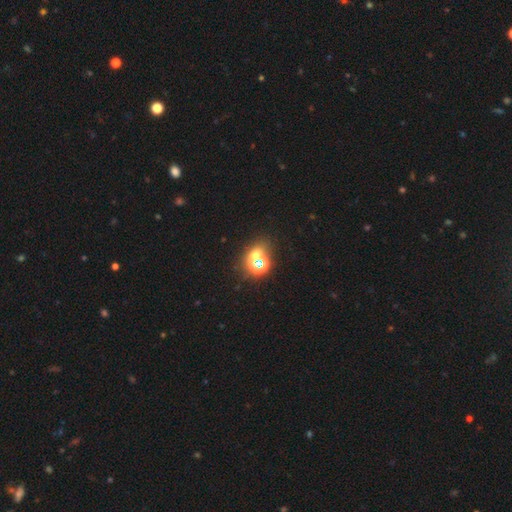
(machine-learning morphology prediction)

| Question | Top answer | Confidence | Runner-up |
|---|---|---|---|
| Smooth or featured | star or artifact | 53% | smooth (34%) |